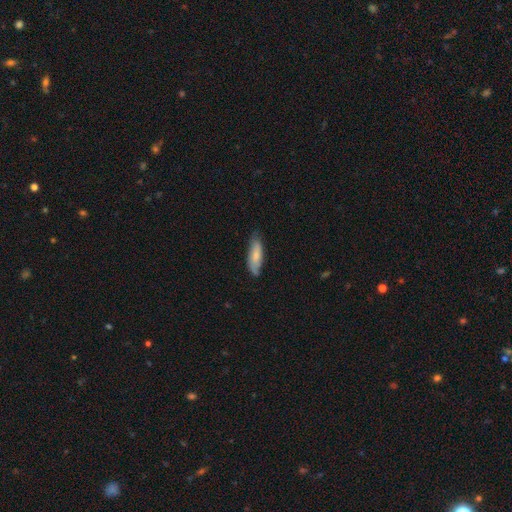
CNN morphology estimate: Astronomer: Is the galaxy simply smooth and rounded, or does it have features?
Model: smooth — 70%.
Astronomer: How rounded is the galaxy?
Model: in between — 53% (runner-up: cigar-shaped, 45%).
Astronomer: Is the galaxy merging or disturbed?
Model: none — 66%.